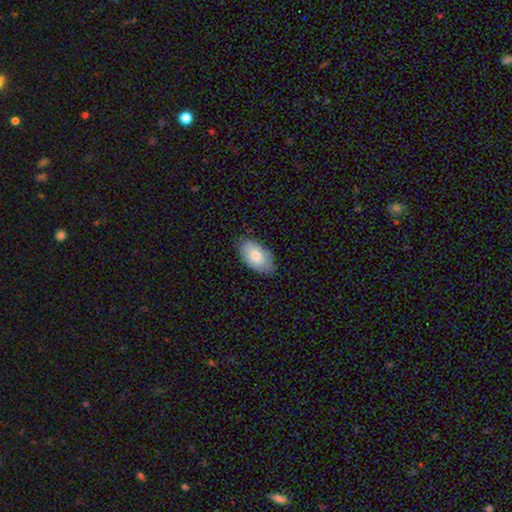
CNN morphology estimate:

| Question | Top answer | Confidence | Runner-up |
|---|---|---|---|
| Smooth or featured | smooth | 77% | featured or disk (17%) |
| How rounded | in between | 94% | round (4%) |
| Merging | none | 76% | minor disturbance (20%) |